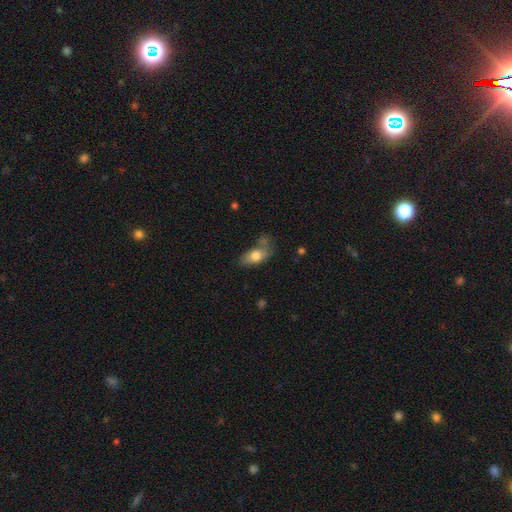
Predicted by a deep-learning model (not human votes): A smooth galaxy with no disk features (72%) that is in between round and cigar-shaped (84%). Merging: none (39%).